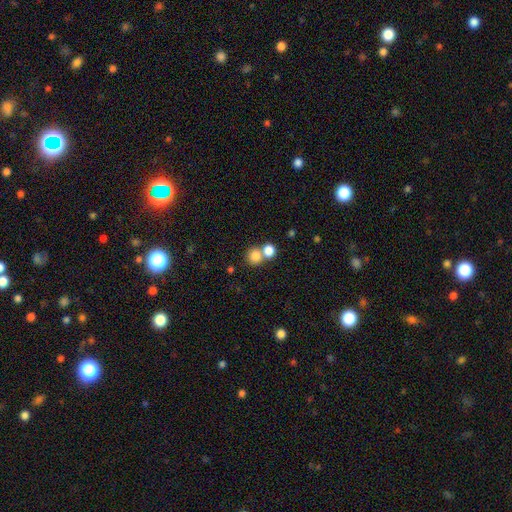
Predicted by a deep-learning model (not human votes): This appears to be a smooth galaxy with no disk features (81%) that is round (85%). Merging: none (46%).